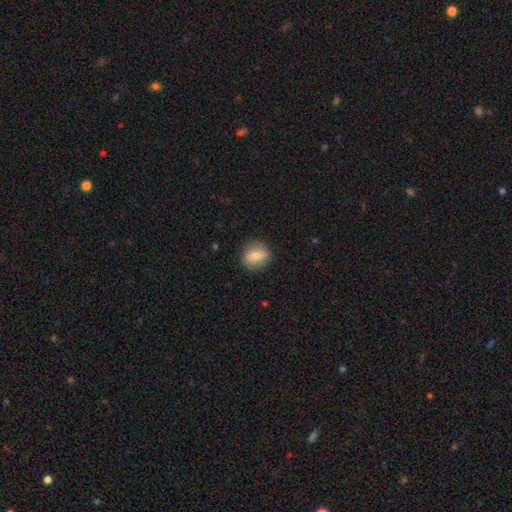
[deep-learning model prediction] smooth 76%, featured or disk 16%, star or artifact 8%. Down the decision tree: how rounded — round (76%); merging — none (86%).